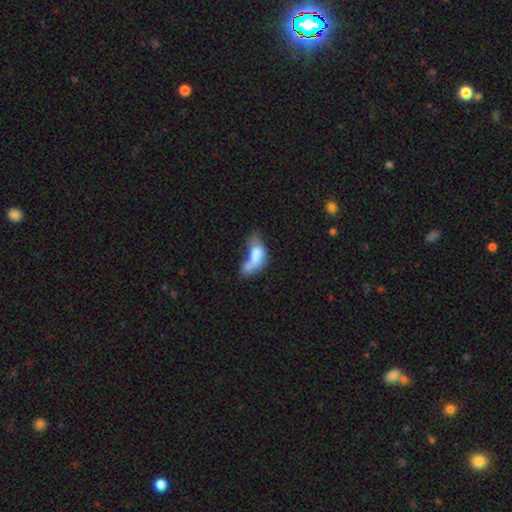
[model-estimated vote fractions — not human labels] smooth_or_featured: smooth (p=0.60) [alt: featured or disk p=0.31]
how_rounded: in between (p=0.81) [alt: cigar-shaped p=0.12]
merging: merger (p=0.46) [alt: major disturbance p=0.29]